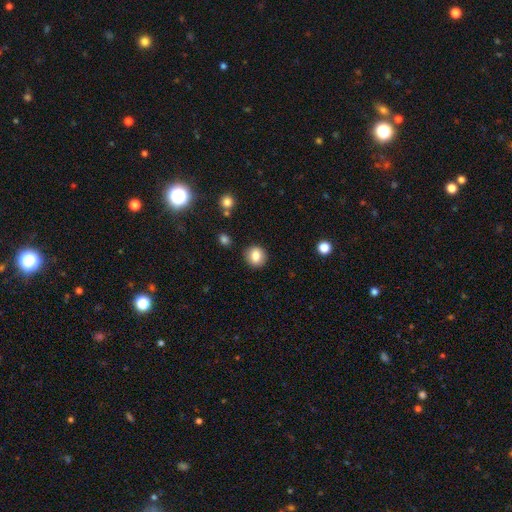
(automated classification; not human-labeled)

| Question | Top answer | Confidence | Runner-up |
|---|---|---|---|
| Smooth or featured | smooth | 83% | star or artifact (10%) |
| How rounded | round | 85% | in between (14%) |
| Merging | none | 90% | minor disturbance (7%) |